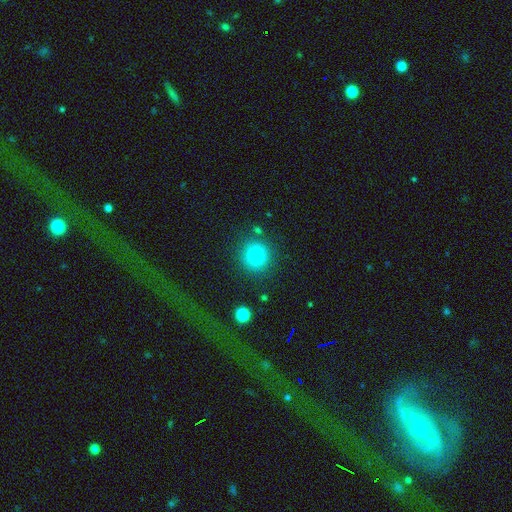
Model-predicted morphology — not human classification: type=smooth (76%); roundness=round (93%); merging=none (87%).